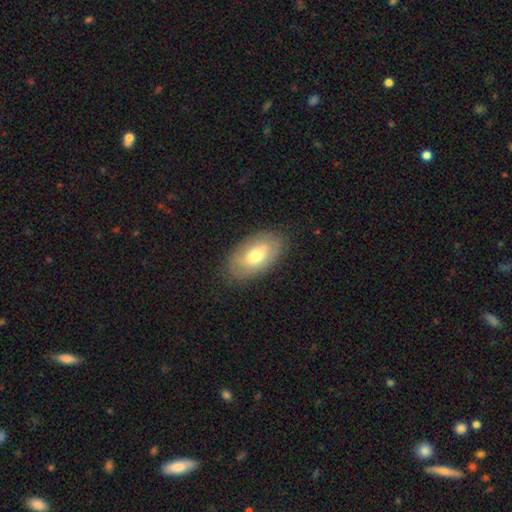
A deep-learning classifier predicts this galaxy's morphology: smooth_or_featured: smooth (p=0.67) [alt: featured or disk p=0.26]
how_rounded: in between (p=0.93) [alt: round p=0.04]
merging: none (p=0.83) [alt: minor disturbance p=0.12]